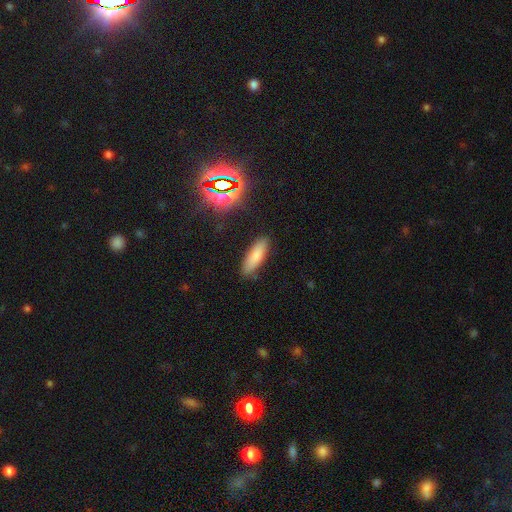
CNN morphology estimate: Smooth or featured? Predicted: smooth (p=0.81). How rounded? Predicted: in between (p=0.50). Merging? Predicted: none (p=0.86).